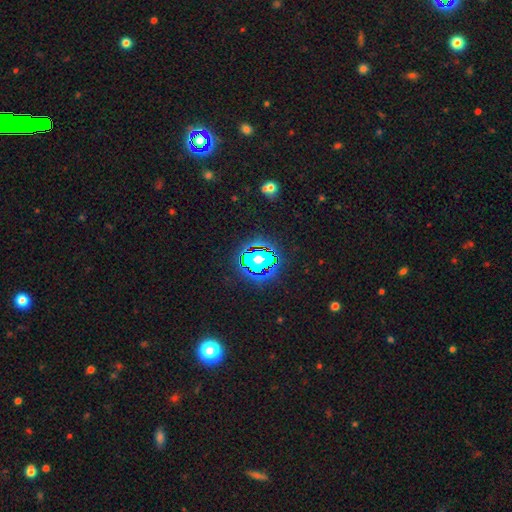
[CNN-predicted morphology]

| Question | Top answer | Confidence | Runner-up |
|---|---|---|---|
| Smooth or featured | star or artifact | 80% | smooth (12%) |